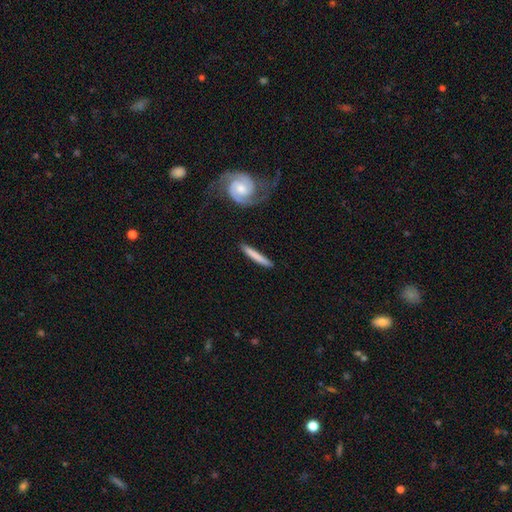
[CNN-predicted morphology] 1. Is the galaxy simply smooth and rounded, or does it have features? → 71% smooth, 24% featured or disk, 5% star or artifact.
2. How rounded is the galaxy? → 95% cigar-shaped, 4% in between, 1% round.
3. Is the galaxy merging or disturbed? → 87% none, 8% minor disturbance, 3% major disturbance, 2% merger.